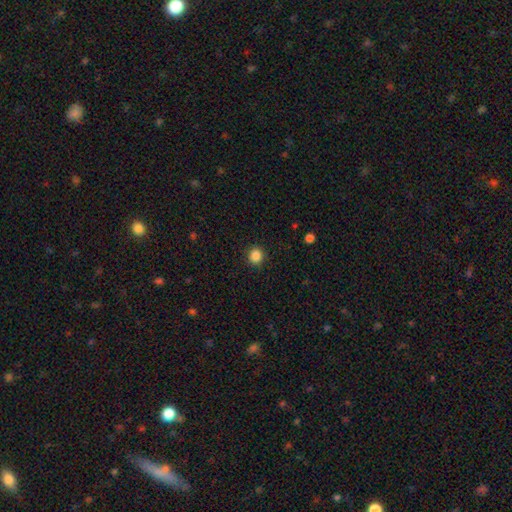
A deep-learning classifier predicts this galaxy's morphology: Smooth or featured? smooth (86%)
How rounded? round (89%)
Merging? none (92%)